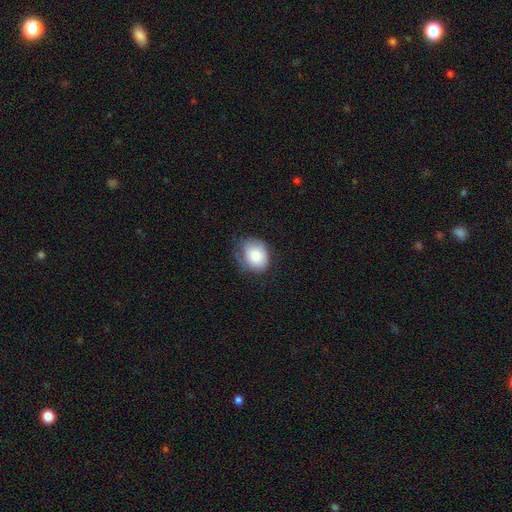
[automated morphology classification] smooth_or_featured: smooth (p=0.82) [alt: featured or disk p=0.11]
how_rounded: round (p=0.50) [alt: in between p=0.49]
merging: none (p=0.50) [alt: minor disturbance p=0.36]